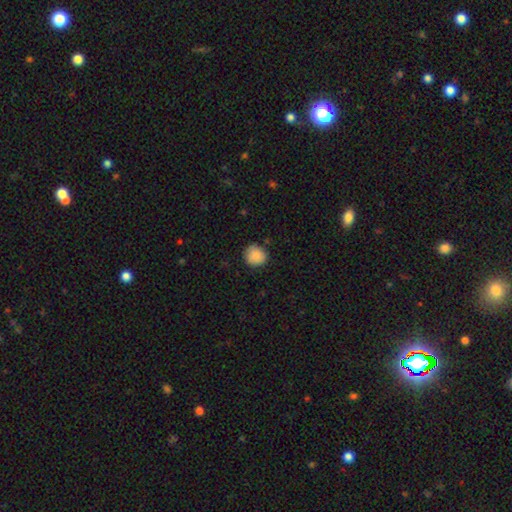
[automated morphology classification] This appears to be a smooth galaxy with no disk features (88%) that is round (88%). Merging: none (85%).